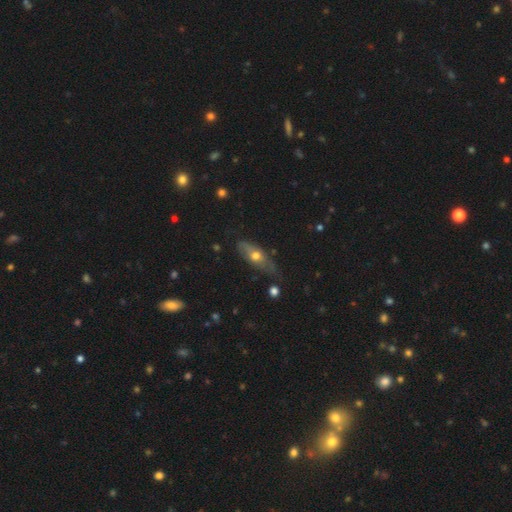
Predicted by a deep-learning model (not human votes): Smooth or featured?
  - smooth: 50% *
  - featured or disk: 43%
  - star or artifact: 7%
Merging?
  - none: 56% *
  - minor disturbance: 32%
  - major disturbance: 10%
  - merger: 3%